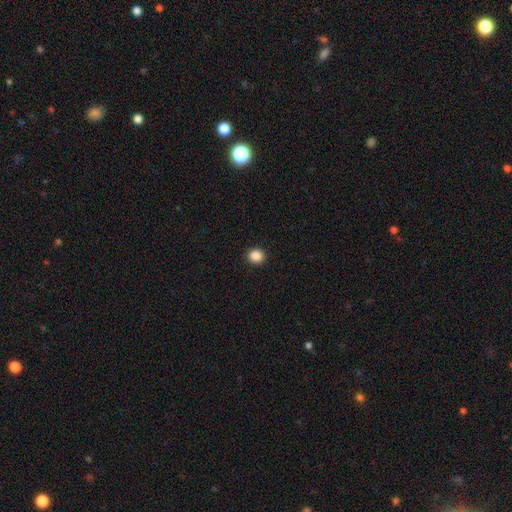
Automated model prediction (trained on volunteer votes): Morphology: type=smooth (87%); roundness=round (85%); merging=none (92%).